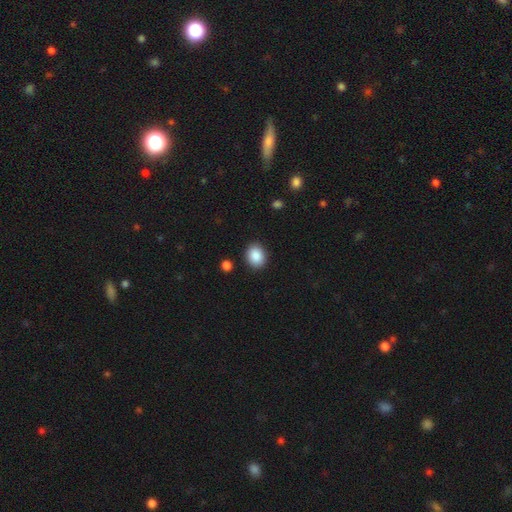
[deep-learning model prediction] Smooth or featured: smooth — 88% (star or artifact — 8%)
How rounded: round — 53% (in between — 46%)
Merging: none — 89% (minor disturbance — 7%)